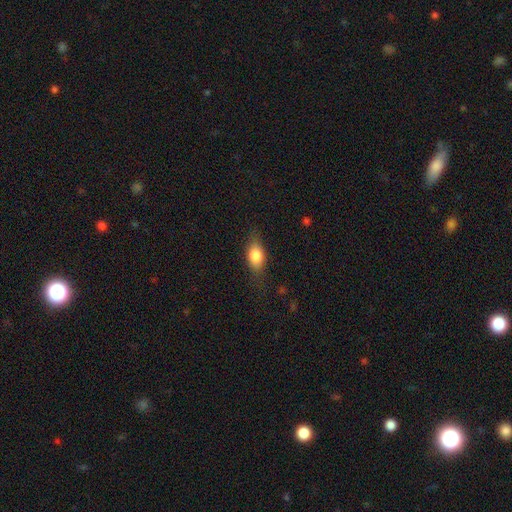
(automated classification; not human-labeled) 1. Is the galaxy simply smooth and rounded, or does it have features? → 78% smooth, 15% featured or disk, 8% star or artifact.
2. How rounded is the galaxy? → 80% in between, 12% round, 8% cigar-shaped.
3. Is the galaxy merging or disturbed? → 74% none, 19% minor disturbance, 6% major disturbance, 1% merger.